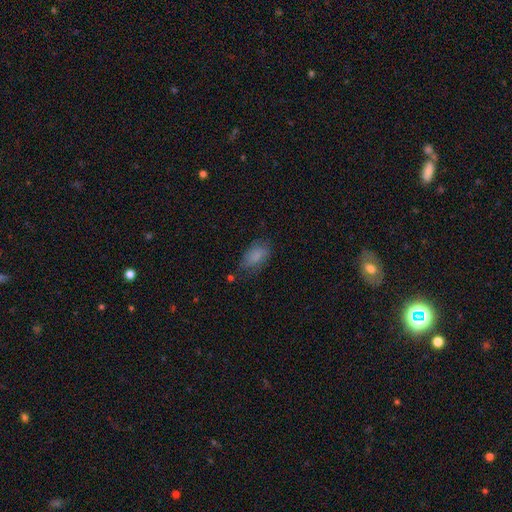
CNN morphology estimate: This appears to be a smooth galaxy with no disk features (81%) that is in between round and cigar-shaped (91%). Merging: none (60%).